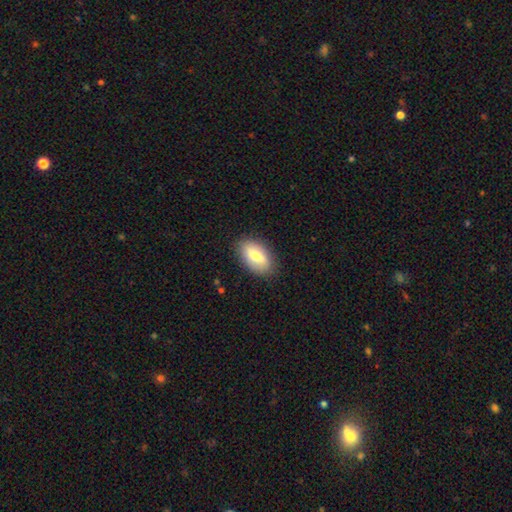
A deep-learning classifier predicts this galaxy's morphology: Smooth or featured: smooth — 70% (featured or disk — 24%)
How rounded: in between — 91% (round — 5%)
Merging: none — 86% (minor disturbance — 10%)